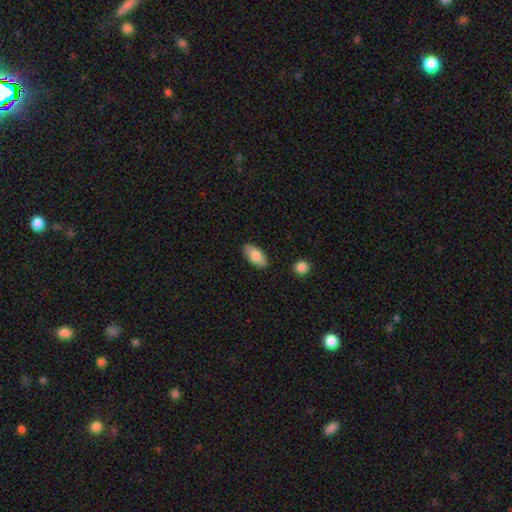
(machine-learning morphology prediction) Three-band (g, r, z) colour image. It shows a smooth galaxy with no disk features (80%) that is in between round and cigar-shaped (93%). Merging: none (86%).